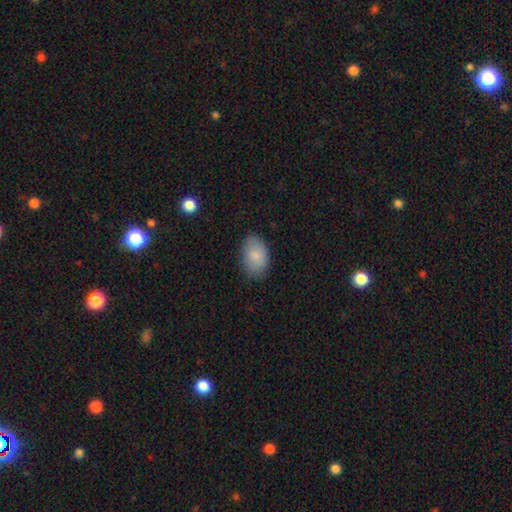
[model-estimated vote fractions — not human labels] Overall: smooth (85%). How rounded: in between (88%). Merging: none (80%).